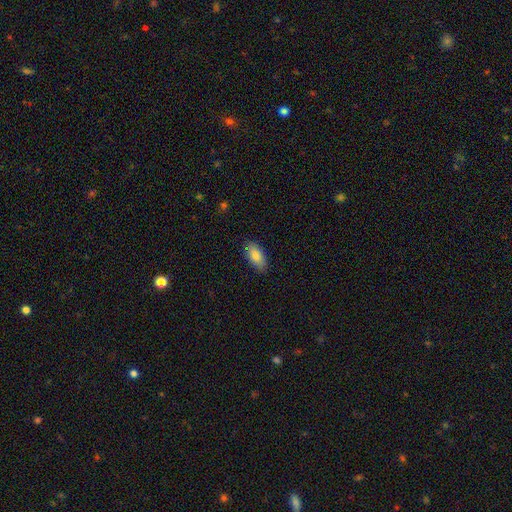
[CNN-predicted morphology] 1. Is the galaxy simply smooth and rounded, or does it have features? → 85% smooth, 8% featured or disk, 7% star or artifact.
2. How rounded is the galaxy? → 90% in between, 7% cigar-shaped, 3% round.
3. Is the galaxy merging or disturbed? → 84% none, 12% minor disturbance, 2% major disturbance, 1% merger.